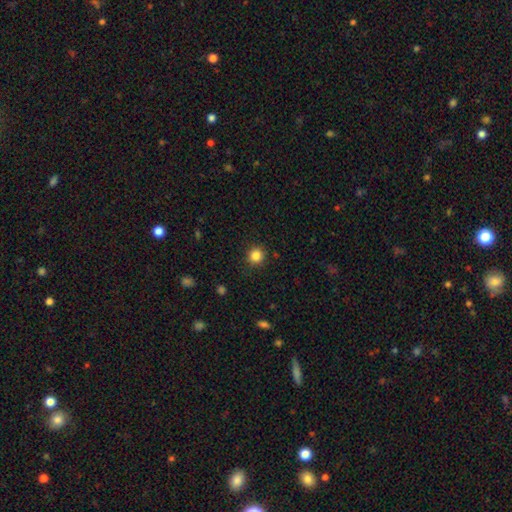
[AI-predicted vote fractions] smooth-or-featured: smooth: 84% | star or artifact: 12% | featured or disk: 4%
  how-rounded: round: 93% | in between: 6% | cigar-shaped: 1%
  merging: none: 90% | minor disturbance: 6% | major disturbance: 2% | merger: 1%